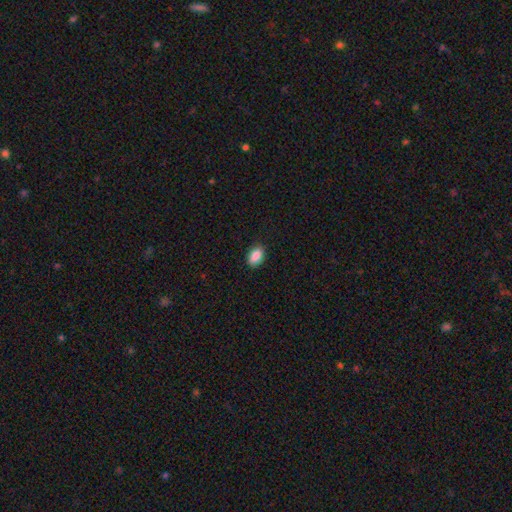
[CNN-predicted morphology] smooth-or-featured: smooth: 88% | star or artifact: 7% | featured or disk: 4%
  how-rounded: in between: 89% | round: 9% | cigar-shaped: 2%
  merging: none: 87% | minor disturbance: 10% | major disturbance: 2% | merger: 1%